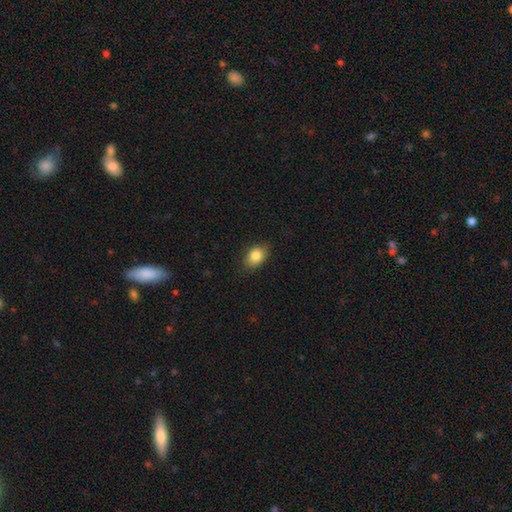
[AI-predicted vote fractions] This is clearly a smooth galaxy (84%). How rounded: likely in between (79%). Merging: clearly none (84%).